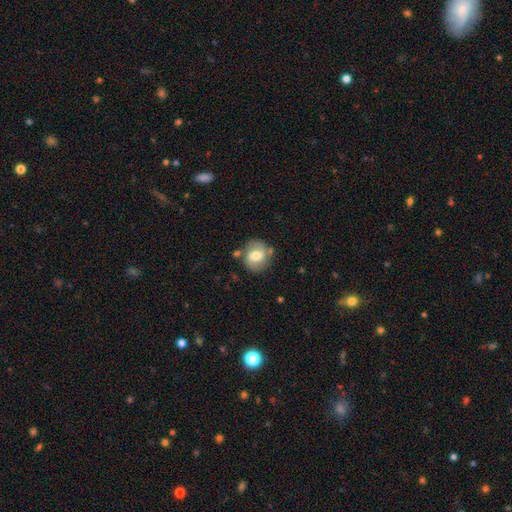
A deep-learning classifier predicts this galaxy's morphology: smooth_or_featured: smooth (p=0.58) [alt: featured or disk p=0.34]
how_rounded: round (p=0.74) [alt: in between p=0.25]
merging: none (p=0.71) [alt: minor disturbance p=0.17]